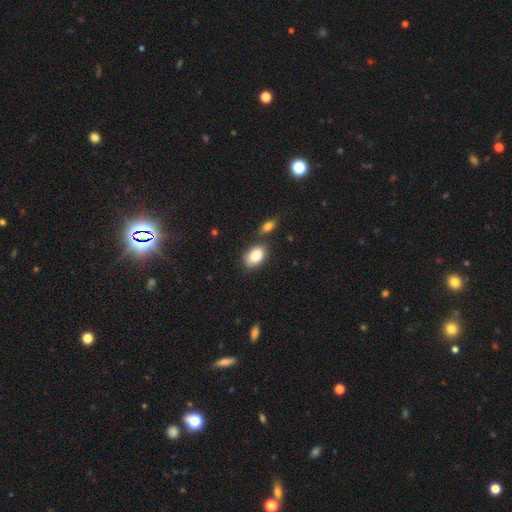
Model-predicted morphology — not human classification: Smooth or featured?
  - smooth: 88% *
  - star or artifact: 7%
  - featured or disk: 6%
How rounded?
  - in between: 89% *
  - round: 9%
  - cigar-shaped: 1%
Merging?
  - none: 67% *
  - minor disturbance: 16%
  - merger: 12%
  - major disturbance: 4%